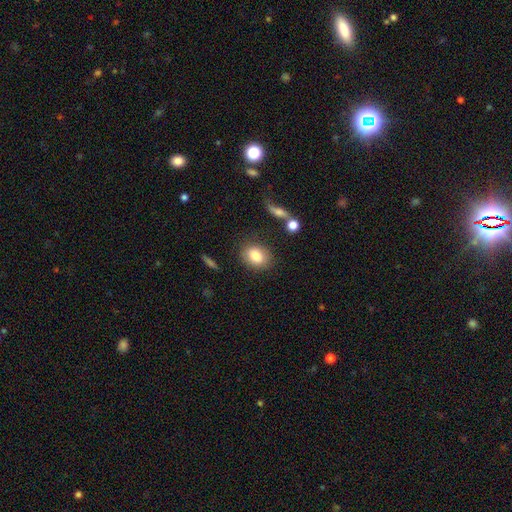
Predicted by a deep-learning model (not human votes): Q: Smooth or featured?
A: smooth (82%); runner-up: featured or disk (10%)
Q: How rounded?
A: in between (65%); runner-up: round (34%)
Q: Merging?
A: none (78%); runner-up: minor disturbance (13%)